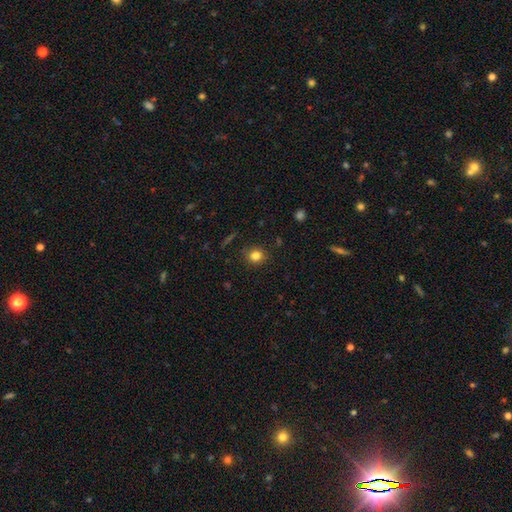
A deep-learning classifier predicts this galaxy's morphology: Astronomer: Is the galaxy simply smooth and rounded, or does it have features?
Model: smooth — 81%.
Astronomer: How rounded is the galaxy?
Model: round — 85%.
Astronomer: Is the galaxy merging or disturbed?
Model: none — 88%.